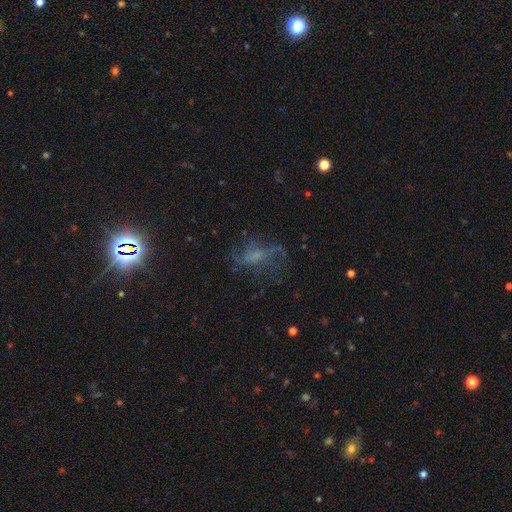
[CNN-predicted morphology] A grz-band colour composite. It shows a featured or disk galaxy (49%). Merging: none (51%).